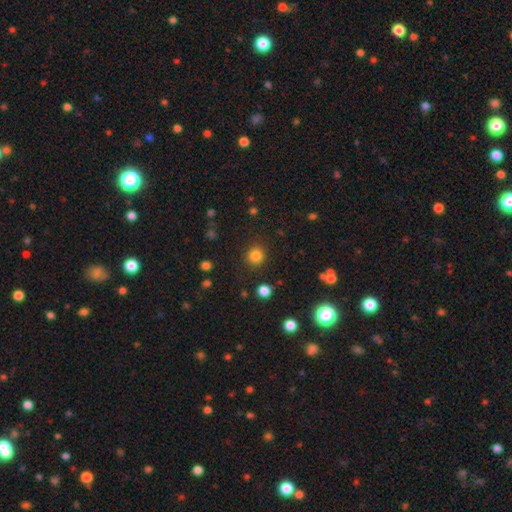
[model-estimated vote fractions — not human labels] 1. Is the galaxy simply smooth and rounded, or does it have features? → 83% smooth, 13% star or artifact, 4% featured or disk.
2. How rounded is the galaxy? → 91% round, 8% in between, 1% cigar-shaped.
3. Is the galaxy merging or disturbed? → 89% none, 7% minor disturbance, 3% major disturbance, 2% merger.